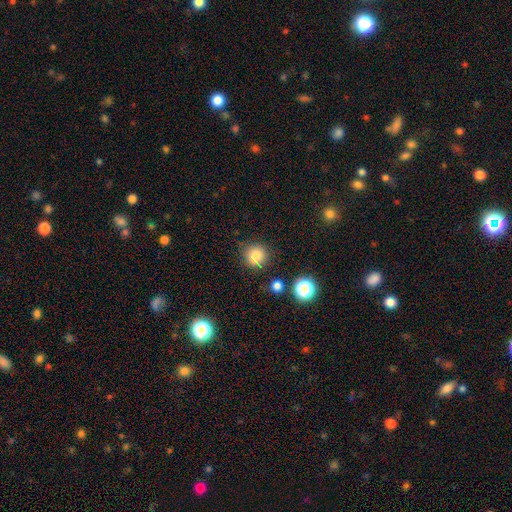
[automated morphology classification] Smooth or featured?
  - smooth: 80% *
  - star or artifact: 13%
  - featured or disk: 7%
How rounded?
  - round: 90% *
  - in between: 9%
  - cigar-shaped: 1%
Merging?
  - none: 79% *
  - minor disturbance: 12%
  - merger: 6%
  - major disturbance: 3%